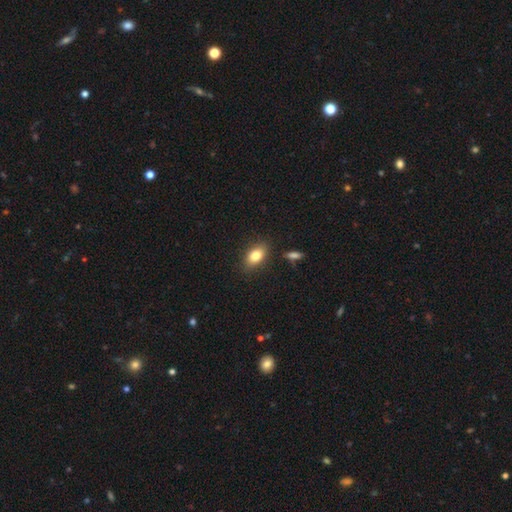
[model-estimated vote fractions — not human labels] Smooth or featured? smooth (81%)
How rounded? in between (85%)
Merging? none (84%)